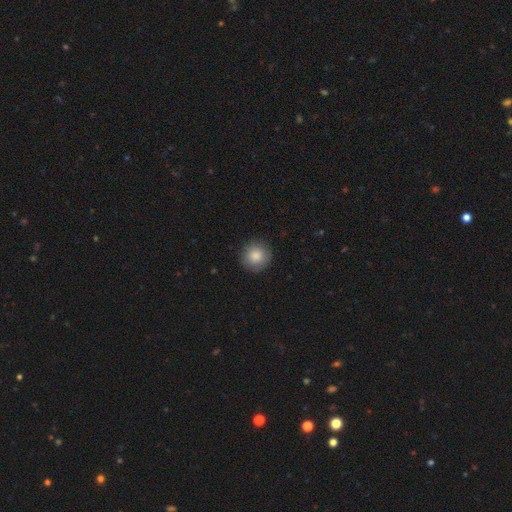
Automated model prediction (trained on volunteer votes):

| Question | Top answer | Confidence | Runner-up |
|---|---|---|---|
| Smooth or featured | smooth | 85% | star or artifact (8%) |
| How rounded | round | 94% | in between (5%) |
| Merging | none | 89% | minor disturbance (8%) |